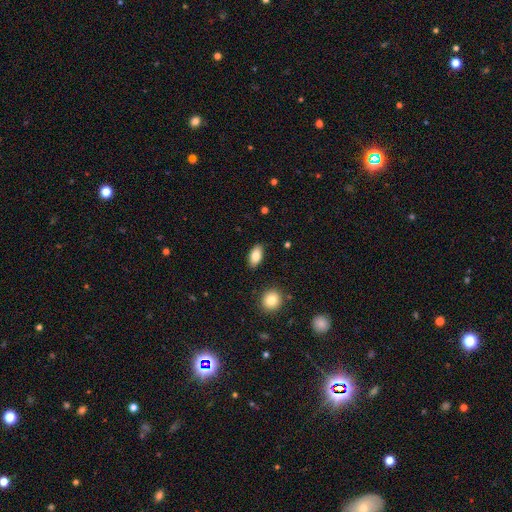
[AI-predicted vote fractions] Morphology: type=smooth (83%); roundness=in between (91%); merging=none (87%).